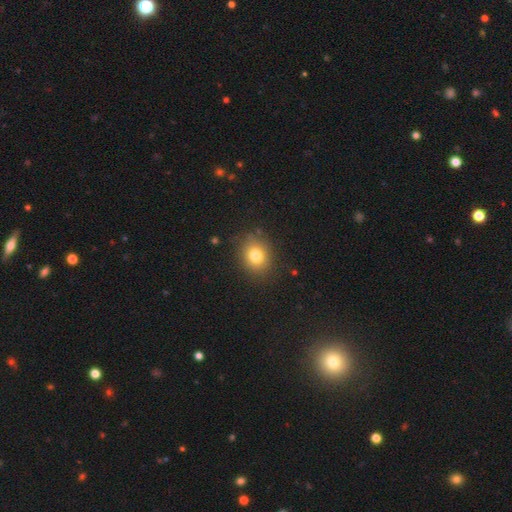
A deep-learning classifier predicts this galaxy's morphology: type=smooth (79%); roundness=round (58%); merging=none (85%).